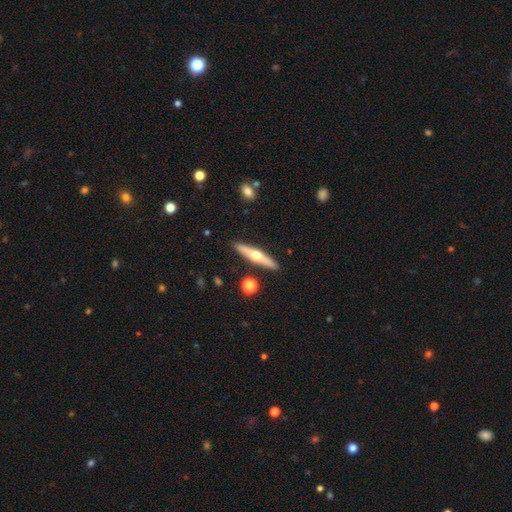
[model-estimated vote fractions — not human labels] This appears to be a featured or disk galaxy (60%) viewed edge-on (95%) with a rounded central bulge (93%). Merging: none (90%).